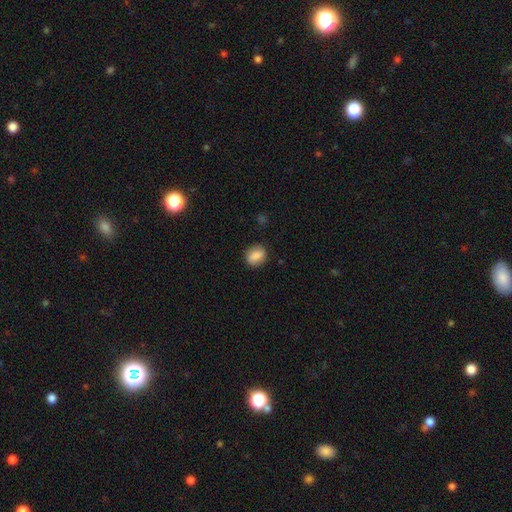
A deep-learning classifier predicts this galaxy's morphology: Overall: smooth (86%). How rounded: in between (56%; round 42%). Merging: none (83%).